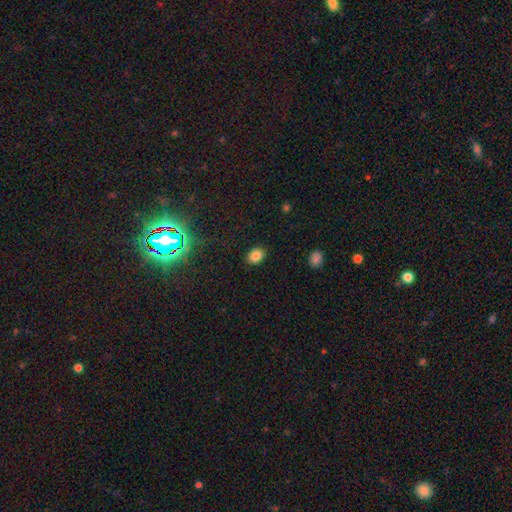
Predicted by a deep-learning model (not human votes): Smooth or featured?
  - smooth: 83% *
  - star or artifact: 12%
  - featured or disk: 5%
How rounded?
  - in between: 67% *
  - round: 32%
  - cigar-shaped: 1%
Merging?
  - none: 88% *
  - minor disturbance: 8%
  - major disturbance: 2%
  - merger: 1%